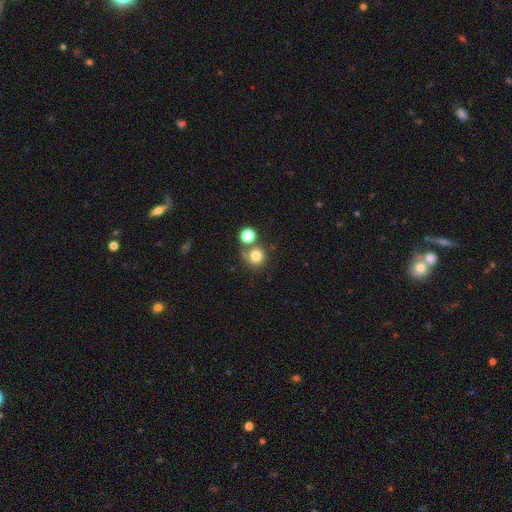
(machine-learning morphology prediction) smooth_or_featured: smooth (p=0.78) [alt: star or artifact p=0.12]
how_rounded: round (p=0.89) [alt: in between p=0.10]
merging: none (p=0.55) [alt: merger p=0.28]